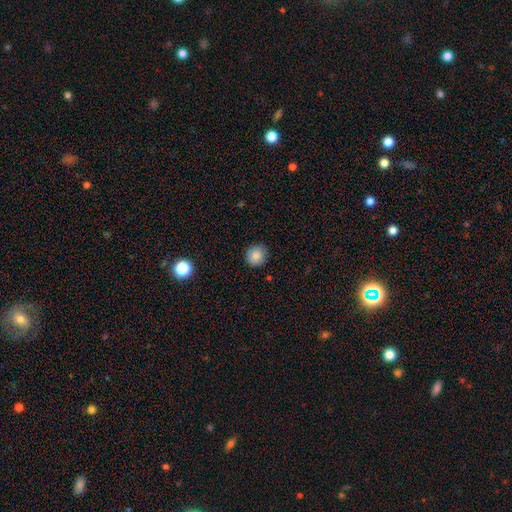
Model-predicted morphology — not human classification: Overall: smooth (86%). How rounded: round (91%). Merging: none (88%).